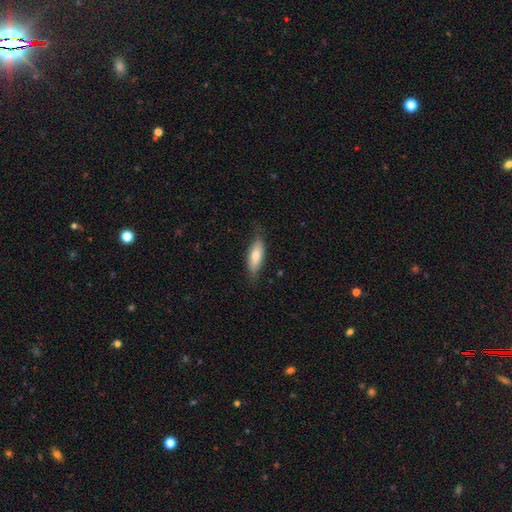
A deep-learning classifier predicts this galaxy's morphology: type=smooth (77%); roundness=in between (61%); merging=none (74%).